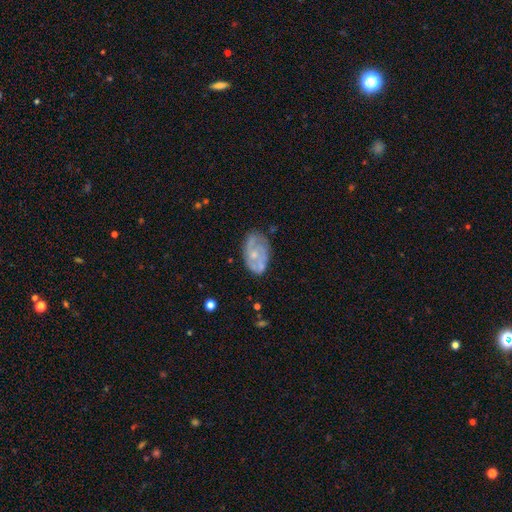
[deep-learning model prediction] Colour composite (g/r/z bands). It shows a featured or disk galaxy (66%) with no bar (81%), spiral arms (63%) and a small central bulge (59%). Merging: none (64%).